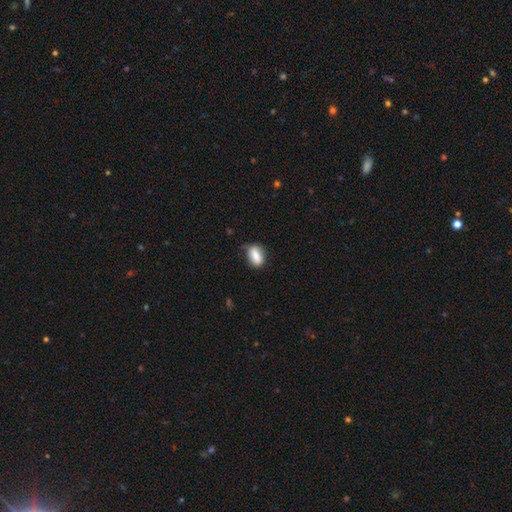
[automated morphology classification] smooth-or-featured: smooth: 81% | featured or disk: 12% | star or artifact: 7%
  how-rounded: in between: 82% | round: 11% | cigar-shaped: 7%
  merging: none: 70% | minor disturbance: 23% | major disturbance: 5% | merger: 2%